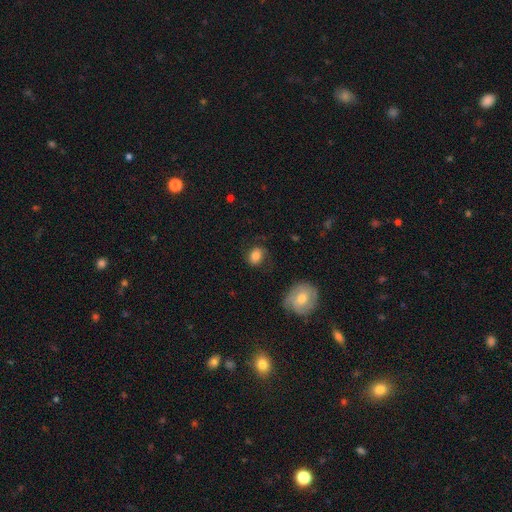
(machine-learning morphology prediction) The model was most divided on "how rounded": in between: 52%, round: 47%, cigar-shaped: 1%. More confident: smooth or featured — smooth (78%); merging — none (62%).